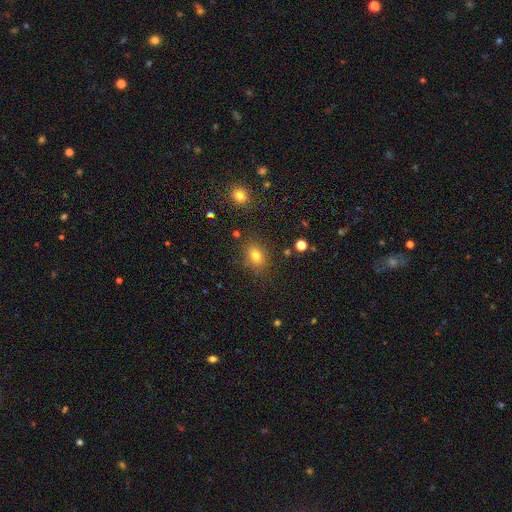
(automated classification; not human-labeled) smooth 78%, star or artifact 14%, featured or disk 8%. Down the decision tree: how rounded — in between (52%); merging — none (82%).